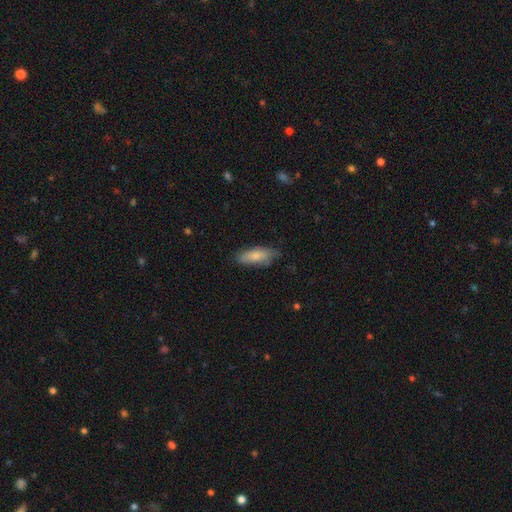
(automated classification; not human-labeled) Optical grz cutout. It shows a smooth galaxy with no disk features (79%) that is in between round and cigar-shaped (69%). Merging: none (72%).